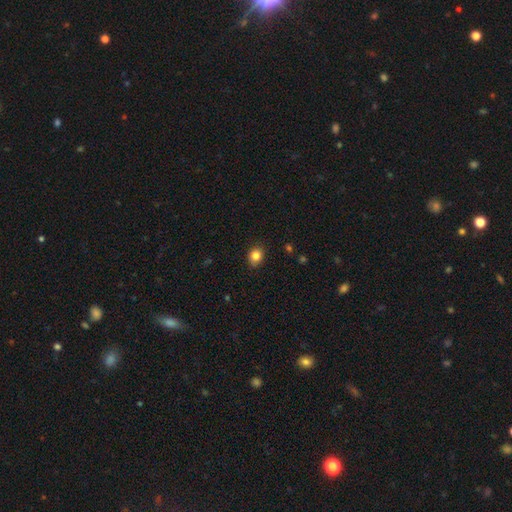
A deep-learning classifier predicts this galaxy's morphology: Q: Smooth or featured?
A: smooth (84%); runner-up: star or artifact (10%)
Q: How rounded?
A: round (53%); runner-up: in between (46%)
Q: Merging?
A: none (85%); runner-up: minor disturbance (12%)